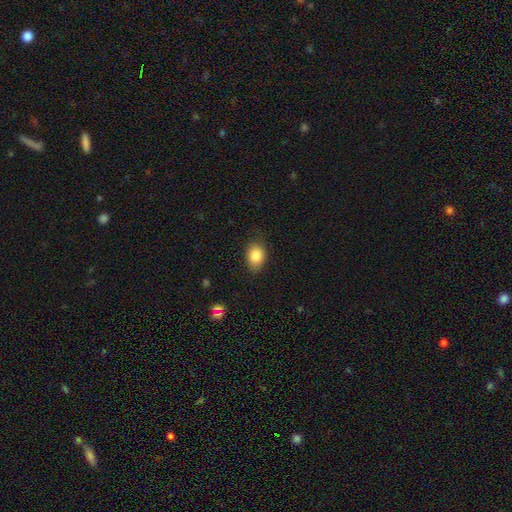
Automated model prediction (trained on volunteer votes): Smooth or featured? Predicted: smooth (p=0.84). How rounded? Predicted: in between (p=0.73). Merging? Predicted: none (p=0.79).